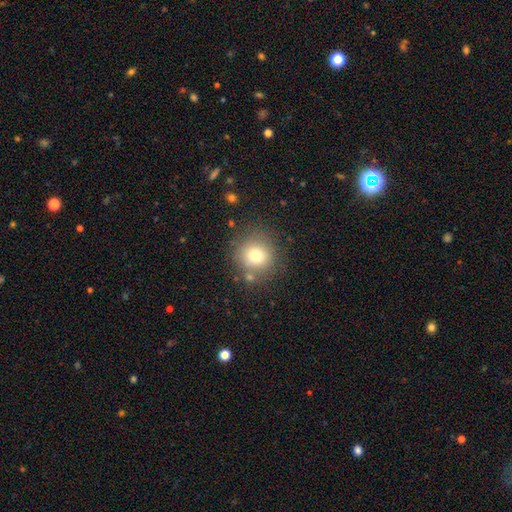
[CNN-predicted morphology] Smooth or featured? smooth (73%)
How rounded? round (92%)
Merging? none (79%)